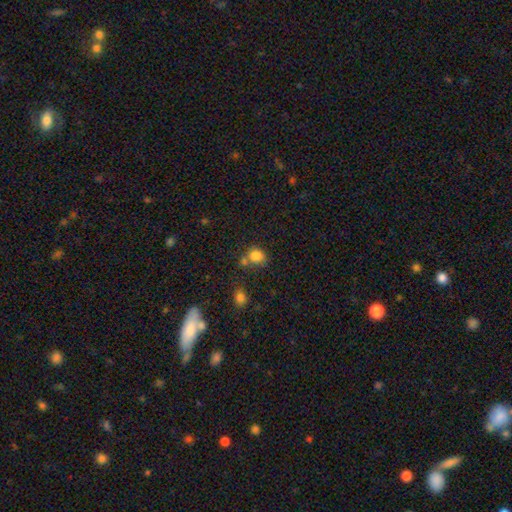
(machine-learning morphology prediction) smooth-or-featured: smooth: 82% | star or artifact: 12% | featured or disk: 6%
  how-rounded: round: 56% | in between: 43% | cigar-shaped: 1%
  merging: none: 55% | merger: 24% | minor disturbance: 15% | major disturbance: 6%